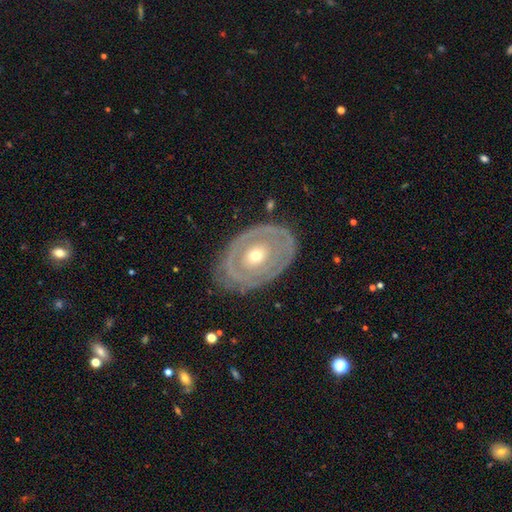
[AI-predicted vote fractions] The model was most divided on "bulge size": small: 49%, moderate: 47%, large: 2%, dominant: 1%, none: 1%. More confident: edge-on disk — no (93%); bar — no (86%); merging — none (77%); smooth or featured — featured or disk (73%); spiral arms — no (63%).